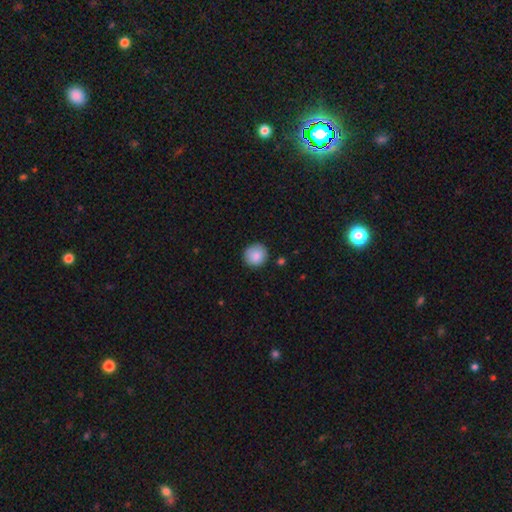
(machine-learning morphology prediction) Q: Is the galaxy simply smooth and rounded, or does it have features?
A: smooth — 88%.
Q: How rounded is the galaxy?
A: round — 92%.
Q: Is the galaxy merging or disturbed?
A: none — 88%.